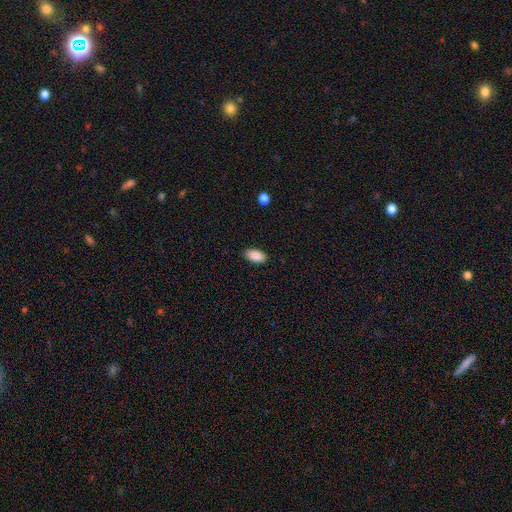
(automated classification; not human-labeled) This is clearly a smooth galaxy (90%). How rounded: clearly in between (94%). Merging: clearly none (88%).